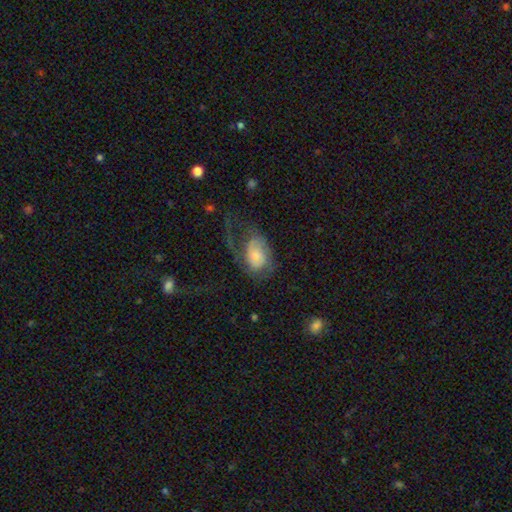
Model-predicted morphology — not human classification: This is possibly a featured or disk galaxy (49%). Merging: possibly major disturbance (48%).